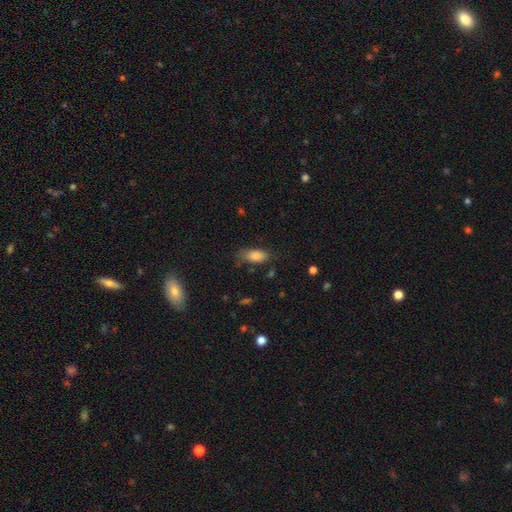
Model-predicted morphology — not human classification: Q: Smooth or featured?
A: smooth (85%); runner-up: star or artifact (8%)
Q: How rounded?
A: in between (86%); runner-up: cigar-shaped (11%)
Q: Merging?
A: none (66%); runner-up: minor disturbance (24%)